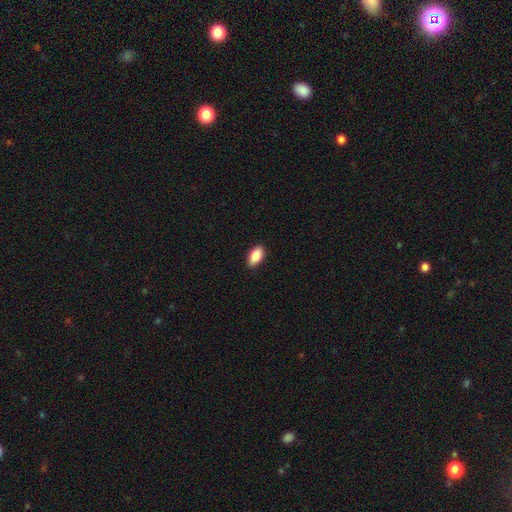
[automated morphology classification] Smooth or featured?
  - smooth: 86% *
  - star or artifact: 7%
  - featured or disk: 7%
How rounded?
  - in between: 92% *
  - cigar-shaped: 4%
  - round: 4%
Merging?
  - none: 89% *
  - minor disturbance: 8%
  - major disturbance: 2%
  - merger: 1%